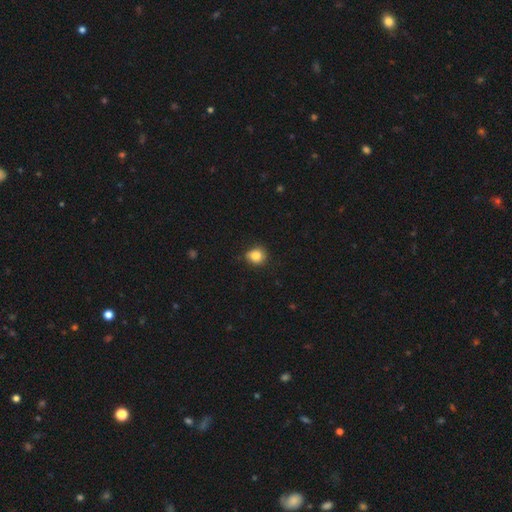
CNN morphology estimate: Overall: smooth (84%). How rounded: round (77%). Merging: none (73%).